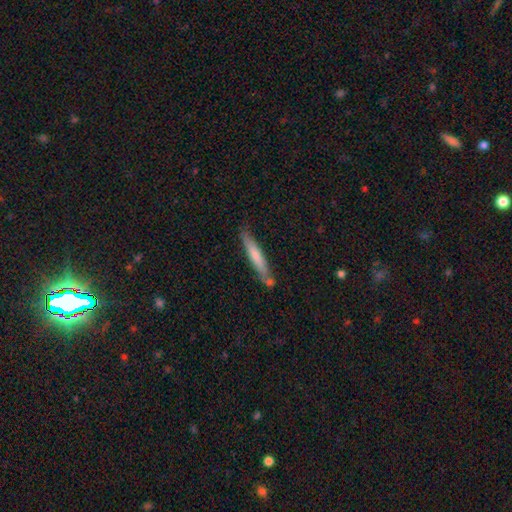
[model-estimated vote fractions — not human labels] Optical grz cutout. It shows a smooth galaxy with no disk features (64%) that is cigar-shaped (93%). Merging: none (73%).